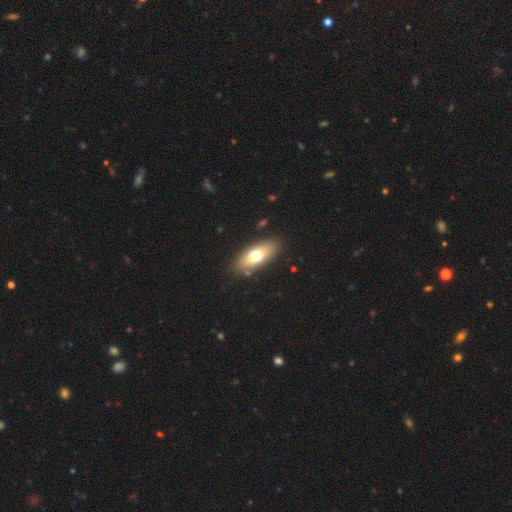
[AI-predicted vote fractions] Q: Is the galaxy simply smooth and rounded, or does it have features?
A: smooth — 65%.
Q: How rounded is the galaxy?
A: in between — 77%.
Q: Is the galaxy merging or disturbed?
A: none — 86%.